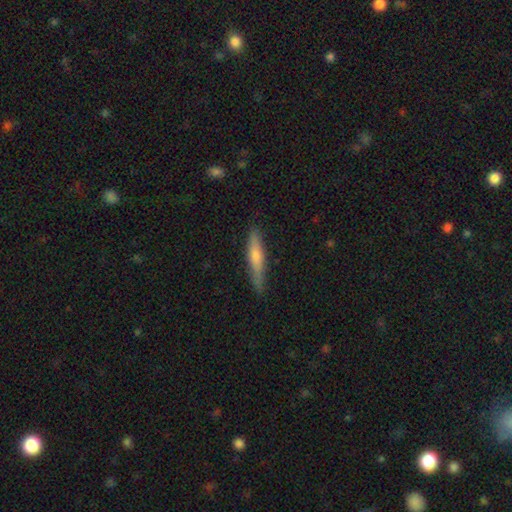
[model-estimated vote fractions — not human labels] Q: Smooth or featured?
A: smooth (57%); runner-up: featured or disk (37%)
Q: How rounded?
A: cigar-shaped (90%); runner-up: in between (8%)
Q: Merging?
A: none (83%); runner-up: minor disturbance (14%)